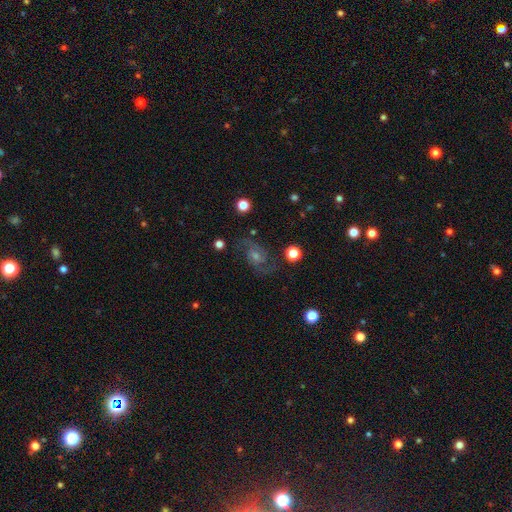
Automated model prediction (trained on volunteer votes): Overall: featured or disk (78%). Edge-on disk: no (97%). Bar: no (58%; weak 35%). Spiral arms: yes (96%). Spiral arm count: 2 (89%). Spiral winding: medium (55%; loose 24%). Bulge size: small (49%; moderate 41%). Merging: none (79%).